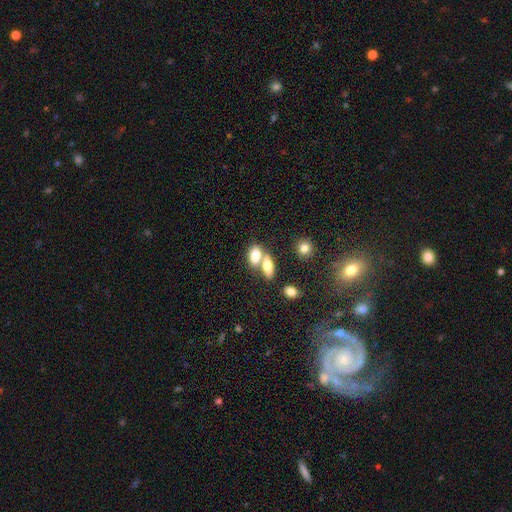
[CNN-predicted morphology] Smooth or featured? Predicted: smooth (p=0.78). How rounded? Predicted: in between (p=0.85). Merging? Predicted: merger (p=0.53).